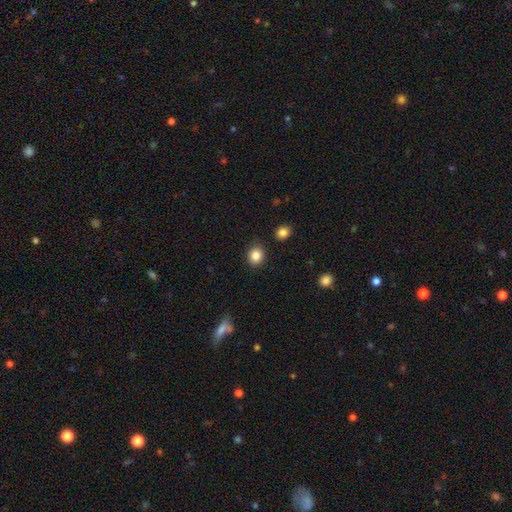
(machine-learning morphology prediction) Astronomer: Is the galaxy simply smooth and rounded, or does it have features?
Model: smooth — 84%.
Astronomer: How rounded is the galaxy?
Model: round — 72%.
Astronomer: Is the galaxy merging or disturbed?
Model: none — 88%.